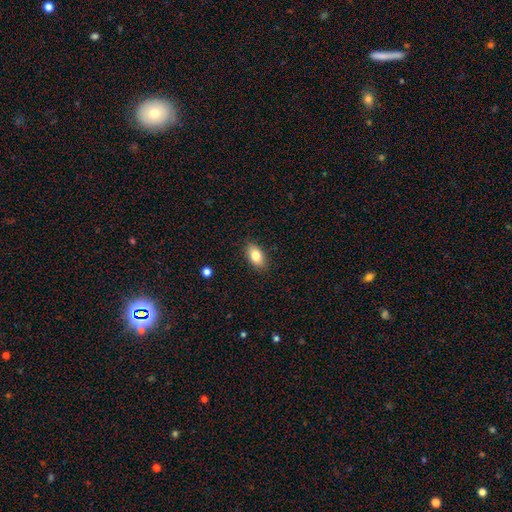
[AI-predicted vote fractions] A smooth galaxy with no disk features (82%) that is in between round and cigar-shaped (90%).

Vote fractions:
- Smooth or featured? smooth: 82% / featured or disk: 11% / star or artifact: 8%
- How rounded? in between: 90% / round: 7% / cigar-shaped: 3%
- Merging? none: 87% / minor disturbance: 10% / major disturbance: 2% / merger: 1%